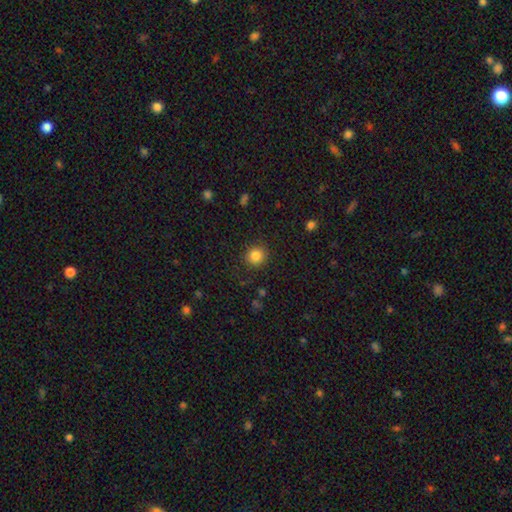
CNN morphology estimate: smooth-or-featured: smooth: 84% | star or artifact: 11% | featured or disk: 5%
  how-rounded: round: 91% | in between: 8% | cigar-shaped: 1%
  merging: none: 89% | minor disturbance: 7% | major disturbance: 3% | merger: 1%